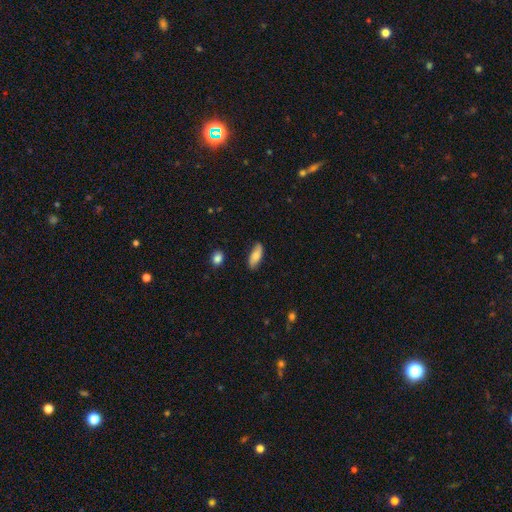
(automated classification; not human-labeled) A smooth galaxy with no disk features (79%) that is in between round and cigar-shaped (76%).

Vote fractions:
- Smooth or featured? smooth: 79% / featured or disk: 15% / star or artifact: 6%
- How rounded? in between: 76% / cigar-shaped: 22% / round: 2%
- Merging? none: 81% / minor disturbance: 15% / major disturbance: 3% / merger: 2%